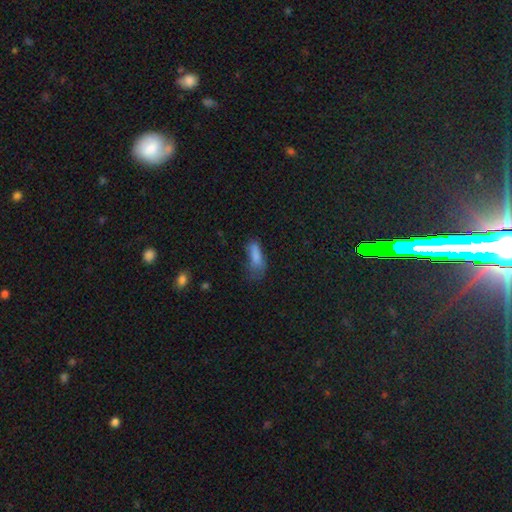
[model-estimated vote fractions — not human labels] This appears to be a smooth galaxy with no disk features (75%) that is in between round and cigar-shaped (66%). Merging: none (32%, tied with major disturbance and minor disturbance).